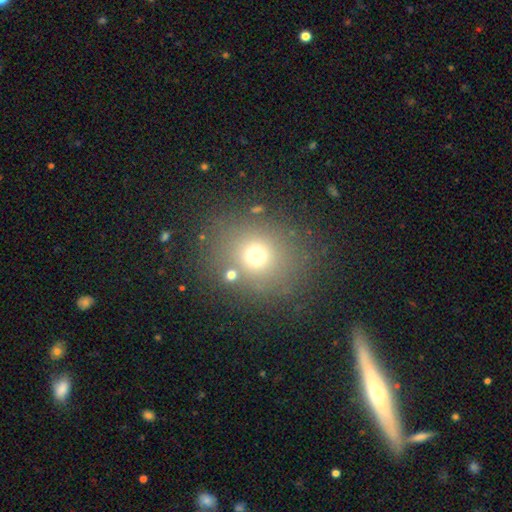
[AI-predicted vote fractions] Q: Smooth or featured?
A: smooth (67%); runner-up: star or artifact (22%)
Q: How rounded?
A: round (79%); runner-up: in between (20%)
Q: Merging?
A: none (79%); runner-up: minor disturbance (10%)